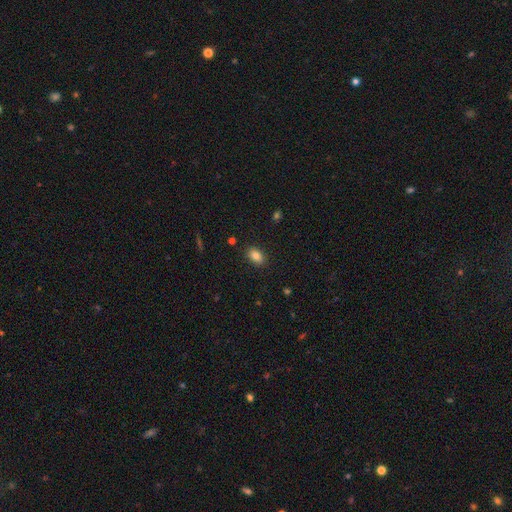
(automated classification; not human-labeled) This is clearly a smooth galaxy (84%). How rounded: clearly in between (86%). Merging: clearly none (88%).